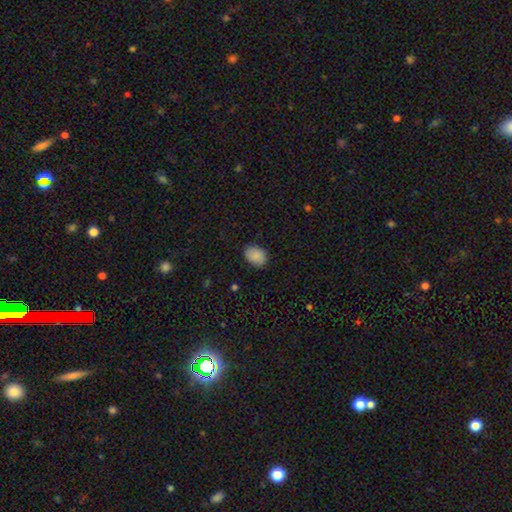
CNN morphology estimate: This appears to be a smooth galaxy with no disk features (88%) that is in between round and cigar-shaped (76%). Merging: none (84%).